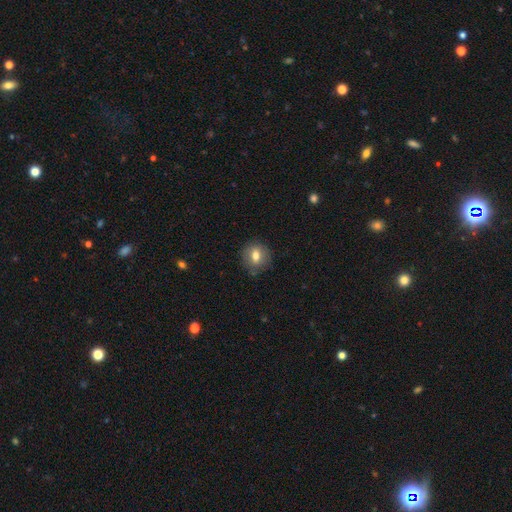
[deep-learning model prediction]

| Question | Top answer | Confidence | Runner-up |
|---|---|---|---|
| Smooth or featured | smooth | 73% | featured or disk (18%) |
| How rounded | round | 72% | in between (27%) |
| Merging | none | 82% | minor disturbance (13%) |